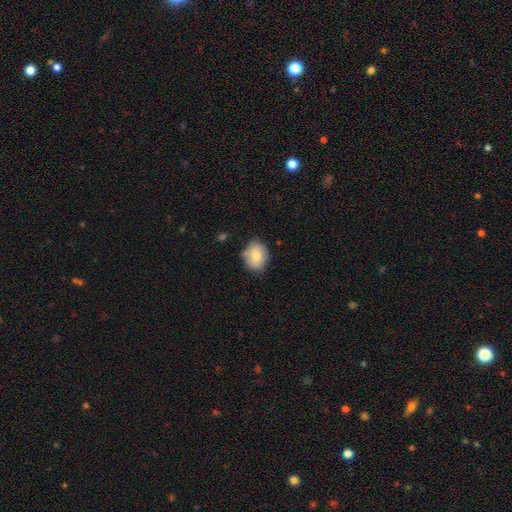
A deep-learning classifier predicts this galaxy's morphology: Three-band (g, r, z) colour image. It shows a smooth galaxy with no disk features (80%) that is round (57%). Merging: none (77%).